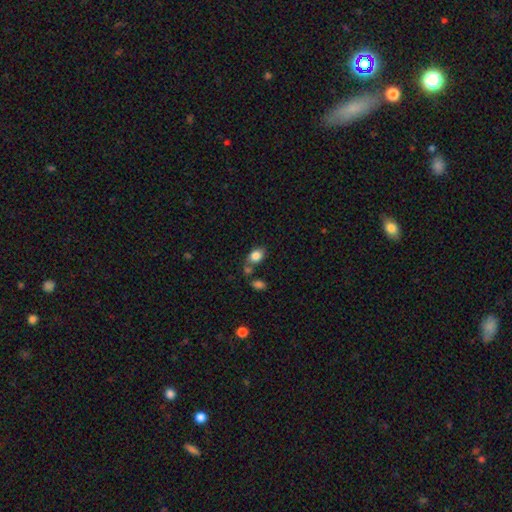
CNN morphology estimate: smooth-or-featured: smooth: 84% | star or artifact: 9% | featured or disk: 7%
  how-rounded: in between: 74% | round: 25% | cigar-shaped: 1%
  merging: none: 60% | merger: 20% | minor disturbance: 15% | major disturbance: 5%